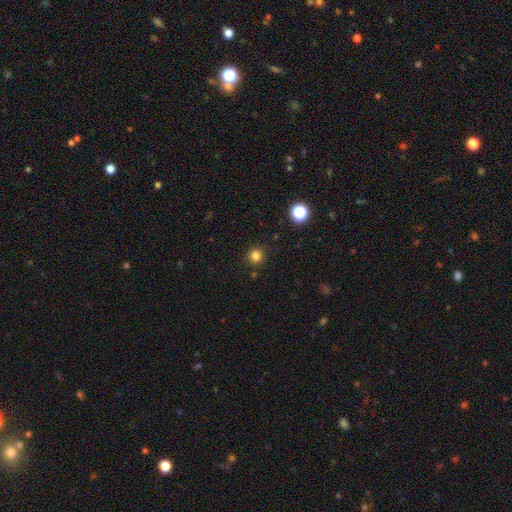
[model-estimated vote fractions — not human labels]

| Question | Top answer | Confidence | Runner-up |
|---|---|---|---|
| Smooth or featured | smooth | 81% | star or artifact (14%) |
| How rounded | round | 94% | in between (5%) |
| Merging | none | 89% | minor disturbance (6%) |